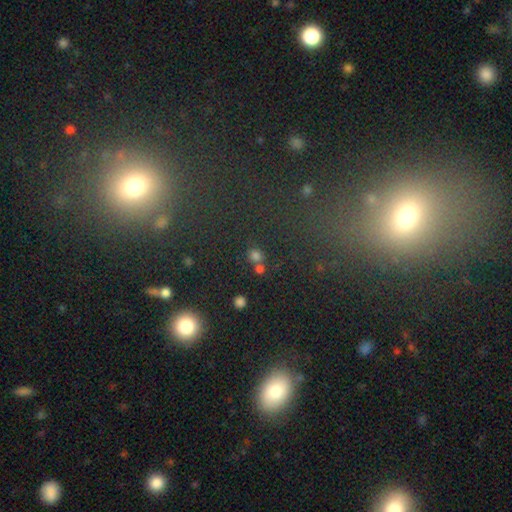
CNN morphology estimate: This is likely a smooth galaxy (64%). How rounded: likely round (79%). Merging: likely none (70%).